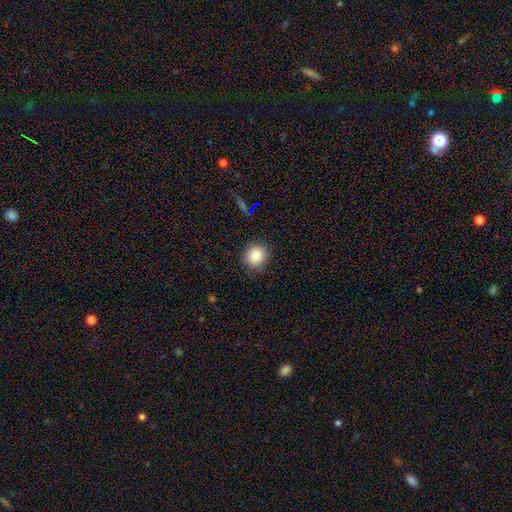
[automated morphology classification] A smooth galaxy with no disk features (87%) that is round (82%). Merging: none (81%).